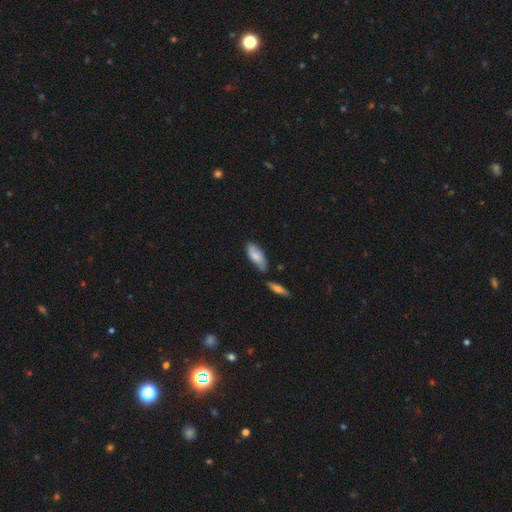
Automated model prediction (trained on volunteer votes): Smooth or featured? Predicted: smooth (p=0.73). How rounded? Predicted: in between (p=0.80). Merging? Predicted: none (p=0.62).